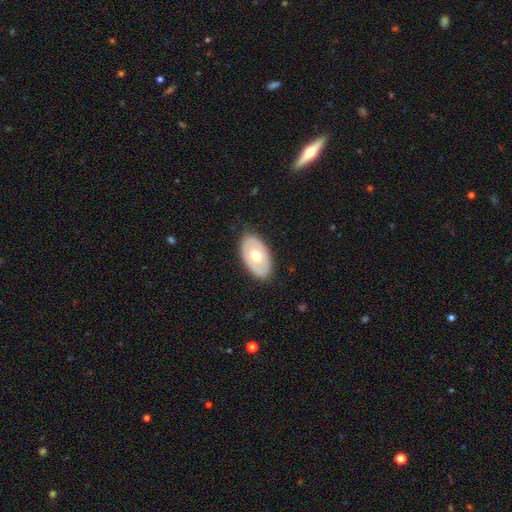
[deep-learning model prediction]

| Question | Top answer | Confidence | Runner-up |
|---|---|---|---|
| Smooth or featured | smooth | 50% | featured or disk (44%) |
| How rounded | in between | 90% | round (9%) |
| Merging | none | 83% | minor disturbance (13%) |